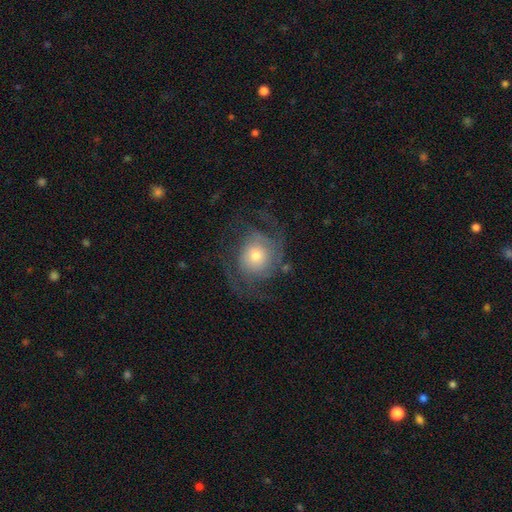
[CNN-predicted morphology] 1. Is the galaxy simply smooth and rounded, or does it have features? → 74% featured or disk, 19% smooth, 8% star or artifact.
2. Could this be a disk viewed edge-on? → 97% no, 3% yes.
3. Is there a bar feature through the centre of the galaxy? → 79% no, 17% weak, 4% strong.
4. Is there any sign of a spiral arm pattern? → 91% yes, 9% no.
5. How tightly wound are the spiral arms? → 45% medium, 31% tight, 24% loose.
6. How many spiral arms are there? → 43% 2, 21% 3, 19% can't tell, 7% 4, 6% 1, 5% more than 4.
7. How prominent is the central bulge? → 45% moderate, 38% small, 12% large, 3% dominant, 2% none.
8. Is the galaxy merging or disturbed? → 62% none, 21% major disturbance, 16% minor disturbance, 2% merger.